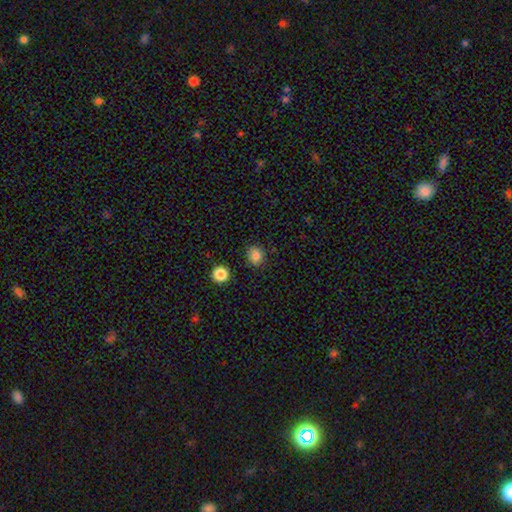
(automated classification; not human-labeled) Smooth or featured? smooth (83%)
How rounded? round (82%)
Merging? none (87%)